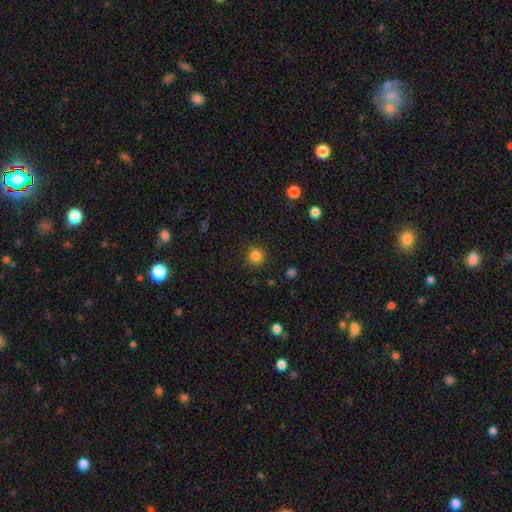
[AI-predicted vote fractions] This is clearly a smooth galaxy (84%). How rounded: clearly round (94%). Merging: clearly none (91%).